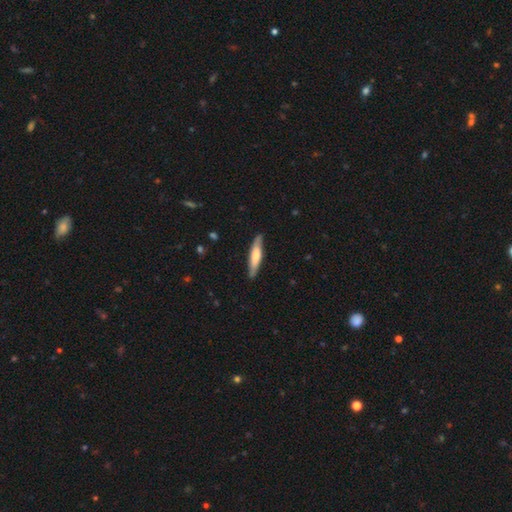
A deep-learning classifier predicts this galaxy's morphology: This appears to be a smooth galaxy with no disk features (58%) that is cigar-shaped (86%). Merging: none (86%).